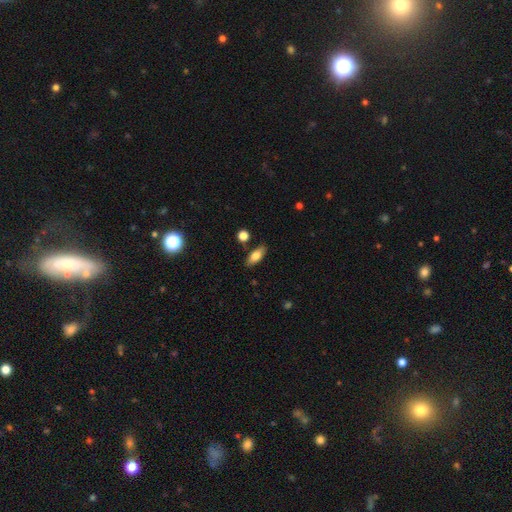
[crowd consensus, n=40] This appears to be a smooth galaxy with no disk features (80%) that is in between round and cigar-shaped (81%). Merging: none (73%).